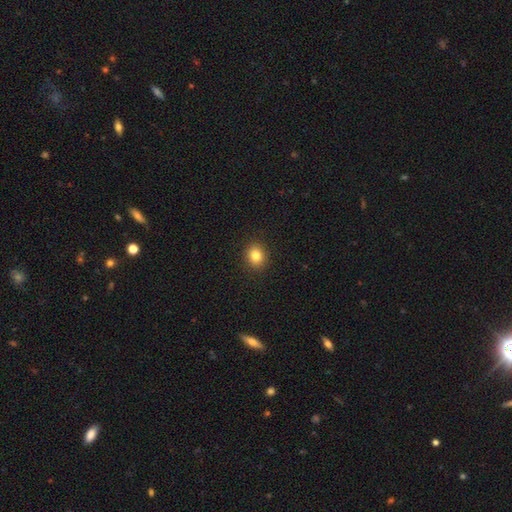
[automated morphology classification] A smooth galaxy with no disk features (83%) that is round (72%). Merging: none (91%).